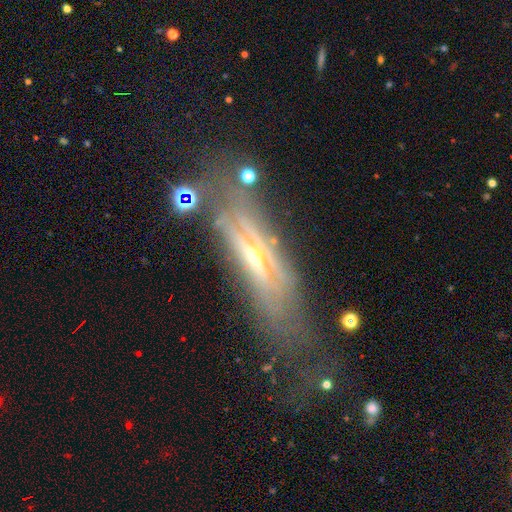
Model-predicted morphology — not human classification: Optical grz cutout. It shows a featured or disk galaxy (73%) viewed edge-on (64%). Merging: none (54%).